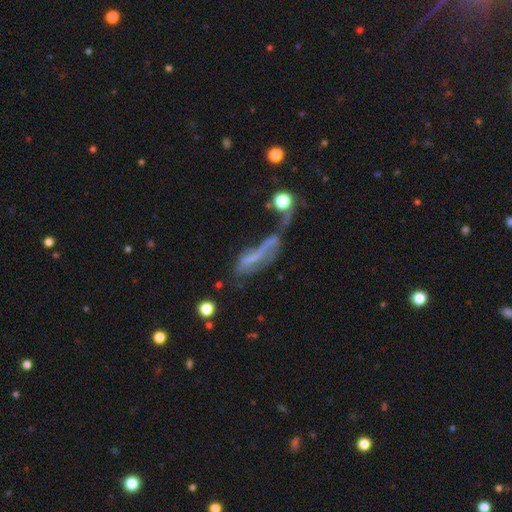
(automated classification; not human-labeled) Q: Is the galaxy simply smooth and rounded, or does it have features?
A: featured or disk — 52%.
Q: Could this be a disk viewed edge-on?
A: no — 71%.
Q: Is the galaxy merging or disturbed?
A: major disturbance — 43%.